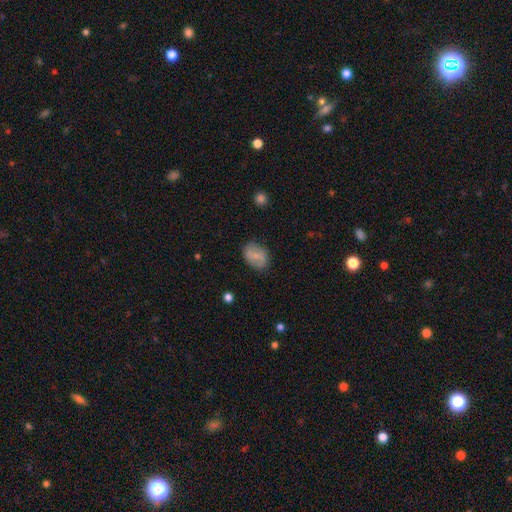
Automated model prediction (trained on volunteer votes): Overall: smooth (61%; featured or disk 31%). How rounded: in between (73%). Merging: none (77%).